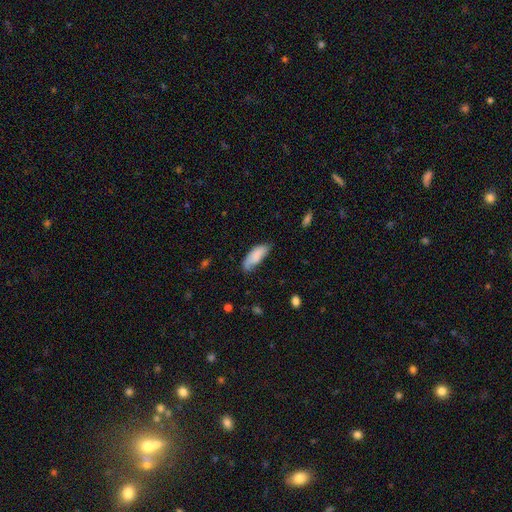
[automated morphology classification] Smooth or featured: smooth — 79% (featured or disk — 15%)
How rounded: in between — 77% (cigar-shaped — 21%)
Merging: none — 54% (minor disturbance — 33%)